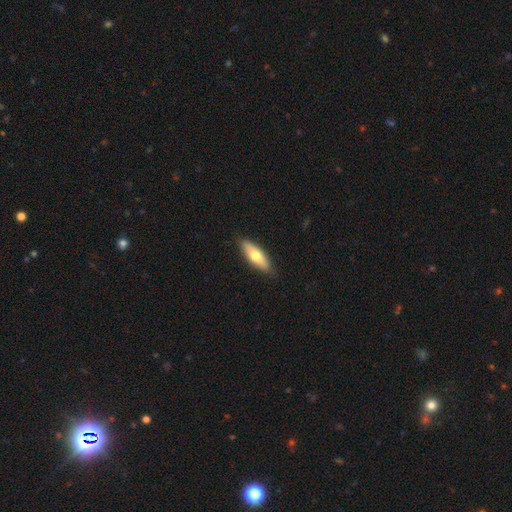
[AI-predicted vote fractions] smooth-or-featured: smooth: 65% | featured or disk: 30% | star or artifact: 5%
  how-rounded: in between: 62% | cigar-shaped: 36% | round: 2%
  merging: none: 87% | minor disturbance: 10% | major disturbance: 2% | merger: 1%